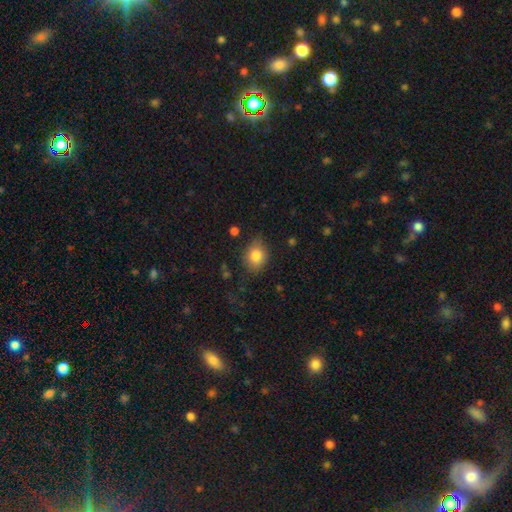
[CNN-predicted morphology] A smooth galaxy with no disk features (82%) that is round (55%). Merging: none (76%).